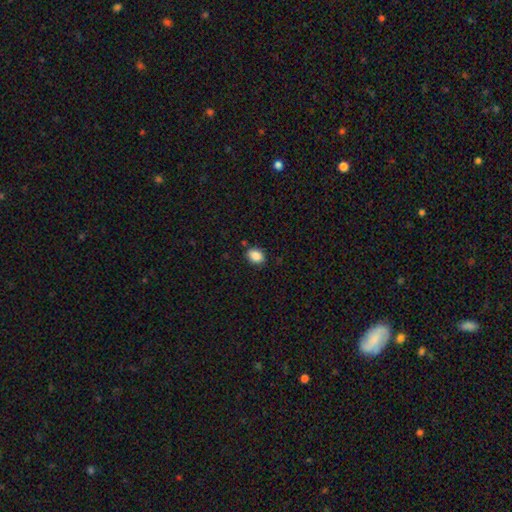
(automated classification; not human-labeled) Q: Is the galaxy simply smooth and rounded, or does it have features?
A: smooth — 87%.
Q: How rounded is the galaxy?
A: in between — 68%.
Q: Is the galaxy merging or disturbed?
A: none — 83%.